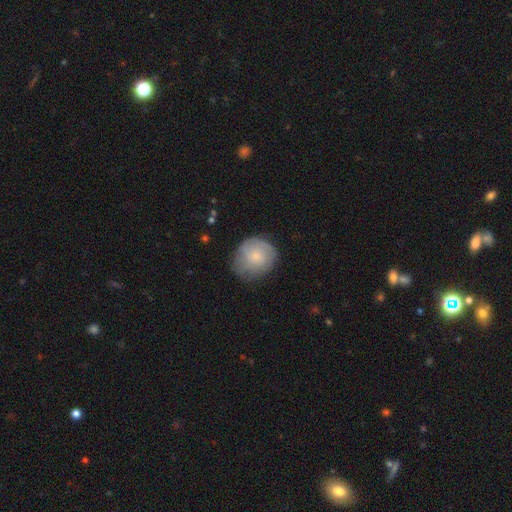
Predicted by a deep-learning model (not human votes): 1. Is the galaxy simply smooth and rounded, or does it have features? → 57% smooth, 36% featured or disk, 7% star or artifact.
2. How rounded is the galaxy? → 82% round, 18% in between, 1% cigar-shaped.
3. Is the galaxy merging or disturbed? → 63% none, 27% minor disturbance, 9% major disturbance, 1% merger.